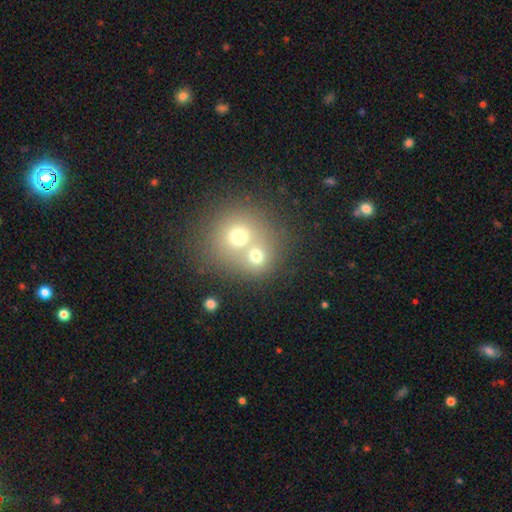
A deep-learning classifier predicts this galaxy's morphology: Q: Smooth or featured?
A: smooth (68%); runner-up: featured or disk (17%)
Q: How rounded?
A: round (80%); runner-up: in between (19%)
Q: Merging?
A: merger (58%); runner-up: none (33%)